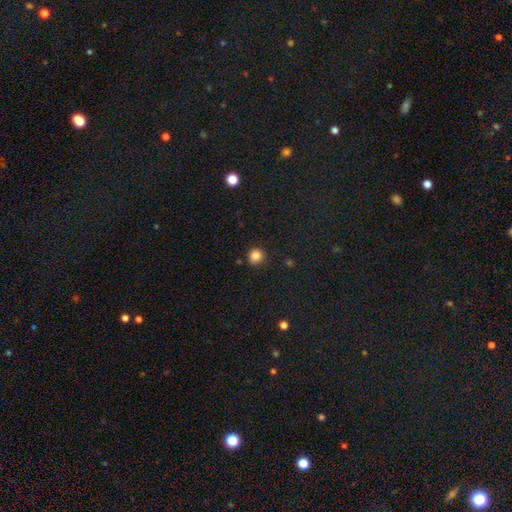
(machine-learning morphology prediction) smooth-or-featured: smooth: 85% | star or artifact: 11% | featured or disk: 4%
  how-rounded: round: 90% | in between: 9% | cigar-shaped: 1%
  merging: none: 88% | minor disturbance: 8% | major disturbance: 2% | merger: 2%